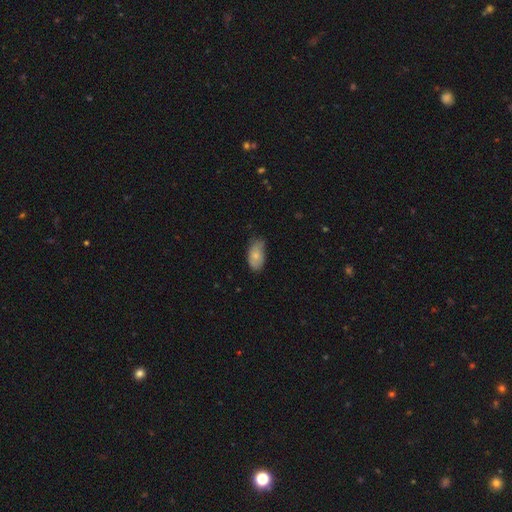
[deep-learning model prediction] A smooth galaxy with no disk features (75%) that is in between round and cigar-shaped (92%). Merging: none (57%).